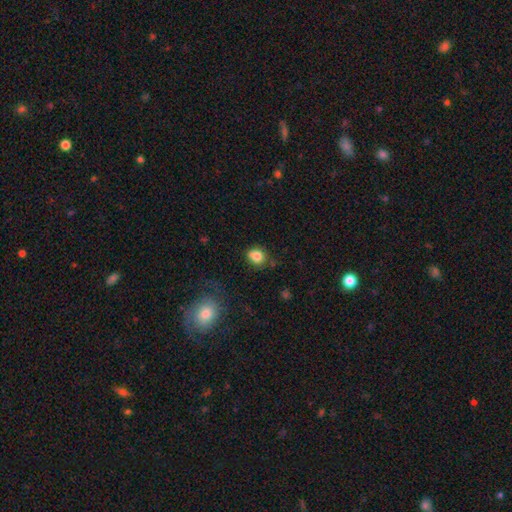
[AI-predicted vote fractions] smooth_or_featured: smooth (p=0.82) [alt: star or artifact p=0.11]
how_rounded: round (p=0.60) [alt: in between p=0.38]
merging: none (p=0.64) [alt: minor disturbance p=0.23]